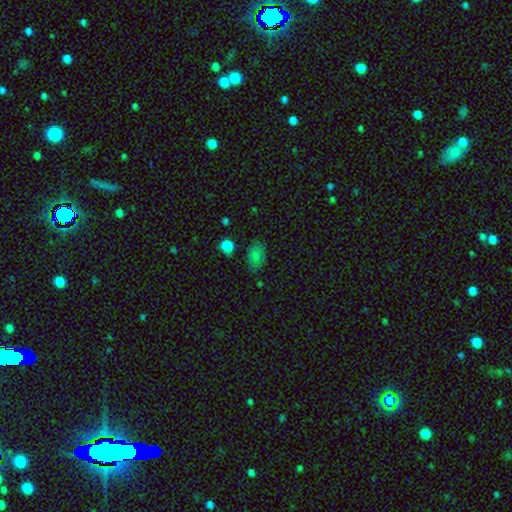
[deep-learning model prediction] Smooth or featured? Predicted: smooth (p=0.81). How rounded? Predicted: in between (p=0.87). Merging? Predicted: none (p=0.74).